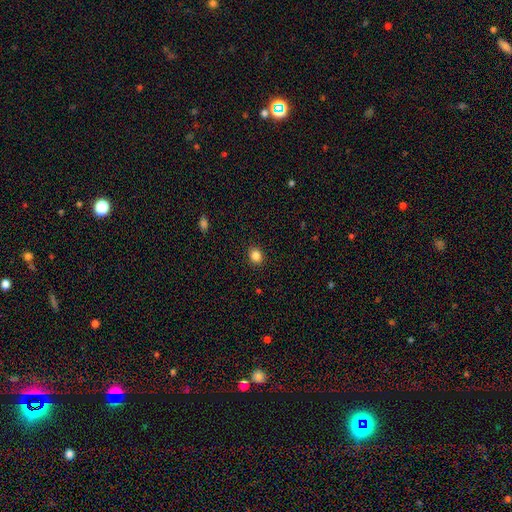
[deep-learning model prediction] smooth 85%, star or artifact 11%, featured or disk 4%. Down the decision tree: how rounded — round (71%); merging — none (91%).